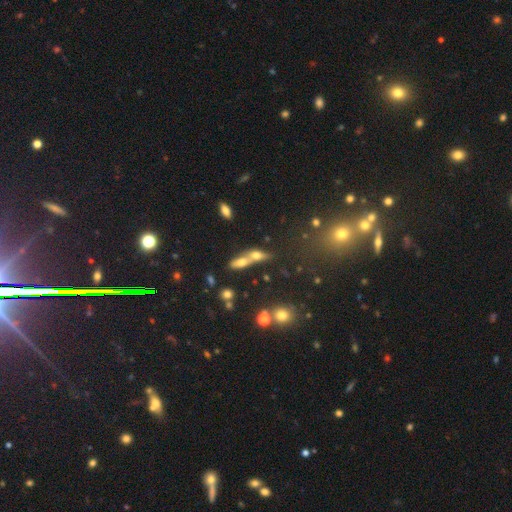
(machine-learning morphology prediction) smooth-or-featured: smooth: 51% | featured or disk: 28% | star or artifact: 22%
  how-rounded: in between: 55% | cigar-shaped: 29% | round: 16%
  merging: merger: 48% | none: 36% | minor disturbance: 10% | major disturbance: 6%